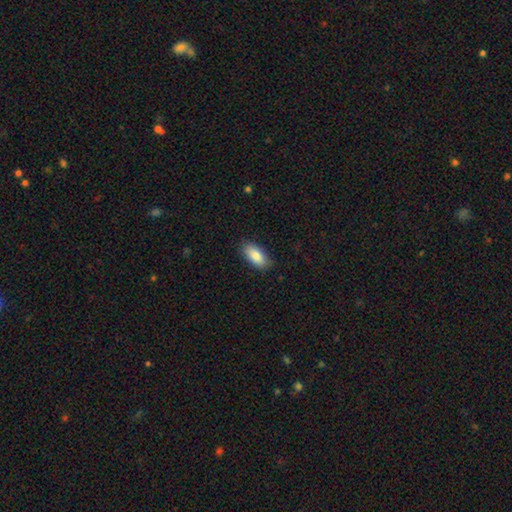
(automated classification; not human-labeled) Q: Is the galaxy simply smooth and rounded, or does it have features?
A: smooth — 87%.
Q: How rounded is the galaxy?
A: in between — 88%.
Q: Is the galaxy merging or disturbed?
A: none — 86%.